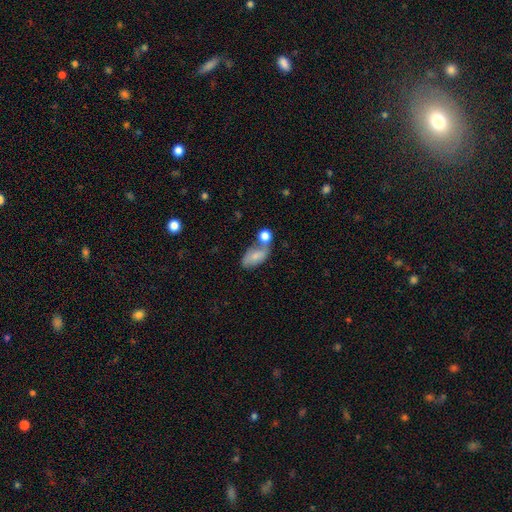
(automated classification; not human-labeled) This is likely a smooth galaxy (69%). How rounded: clearly in between (88%). Merging: marginally merger (42%).